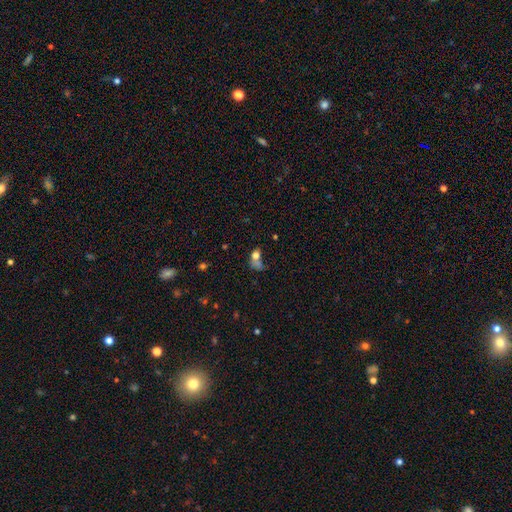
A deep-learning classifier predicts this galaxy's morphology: type=smooth (68%); roundness=in between (59%); merging=merger (31%).